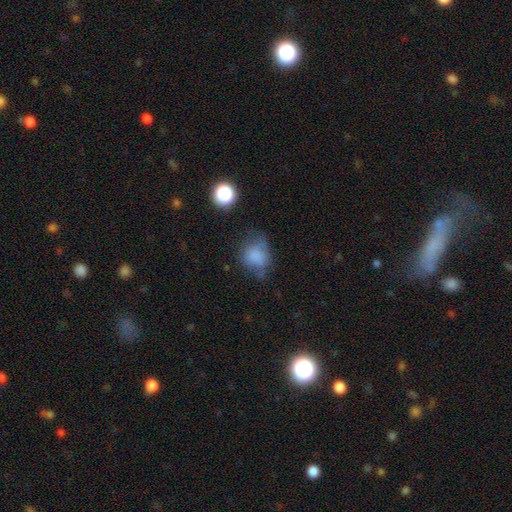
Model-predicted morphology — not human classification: Overall: smooth (70%). How rounded: round (54%; in between 45%). Merging: none (41%; minor disturbance 32%).